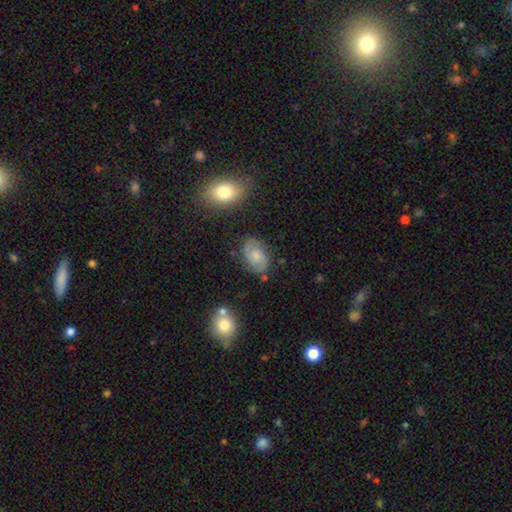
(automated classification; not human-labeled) Overall: featured or disk (63%; smooth 29%). Edge-on disk: no (97%). Bar: no (61%; weak 34%). Spiral arms: yes (90%). Spiral arm count: 2 (88%). Spiral winding: medium (50%; tight 29%). Bulge size: moderate (43%; small 32%). Merging: none (77%).